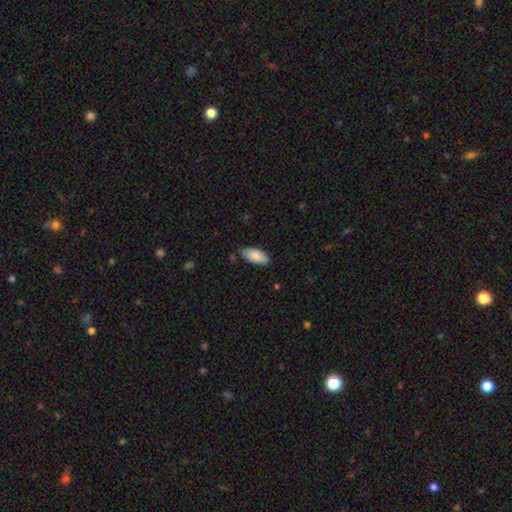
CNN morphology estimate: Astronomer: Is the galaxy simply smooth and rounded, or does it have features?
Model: smooth — 86%.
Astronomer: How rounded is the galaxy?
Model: in between — 91%.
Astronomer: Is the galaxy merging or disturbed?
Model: none — 80%.